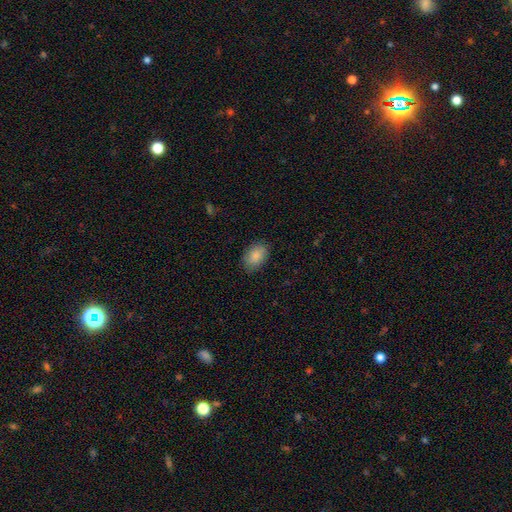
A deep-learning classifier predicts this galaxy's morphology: Smooth or featured: smooth — 87% (star or artifact — 7%)
How rounded: in between — 88% (round — 11%)
Merging: none — 84% (minor disturbance — 12%)